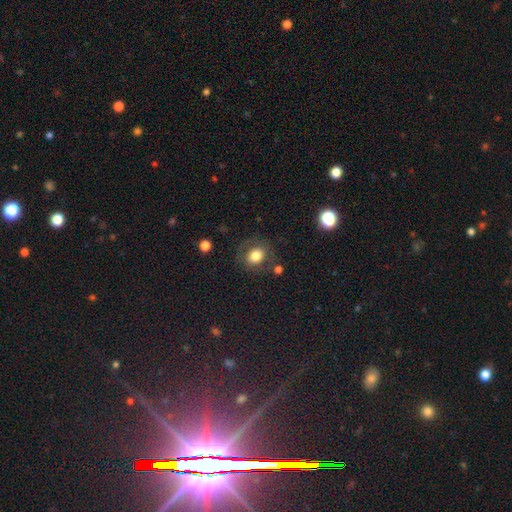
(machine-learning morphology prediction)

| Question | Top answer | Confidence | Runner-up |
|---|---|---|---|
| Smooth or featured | smooth | 78% | featured or disk (11%) |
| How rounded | round | 61% | in between (38%) |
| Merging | none | 75% | minor disturbance (14%) |